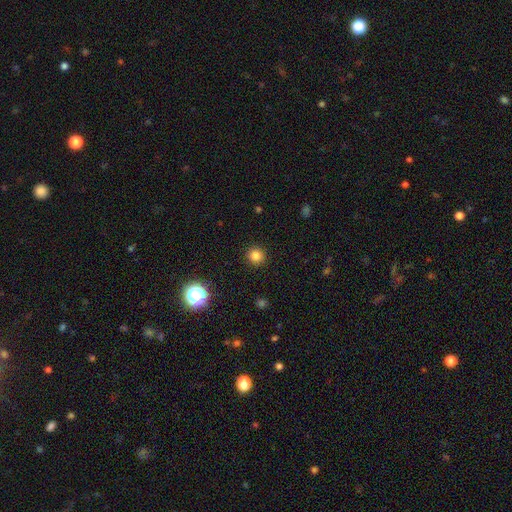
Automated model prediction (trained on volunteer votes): A smooth galaxy with no disk features (82%) that is round (94%).

Vote fractions:
- Smooth or featured? smooth: 82% / star or artifact: 14% / featured or disk: 4%
- How rounded? round: 94% / in between: 5% / cigar-shaped: 1%
- Merging? none: 92% / minor disturbance: 5% / major disturbance: 2% / merger: 1%